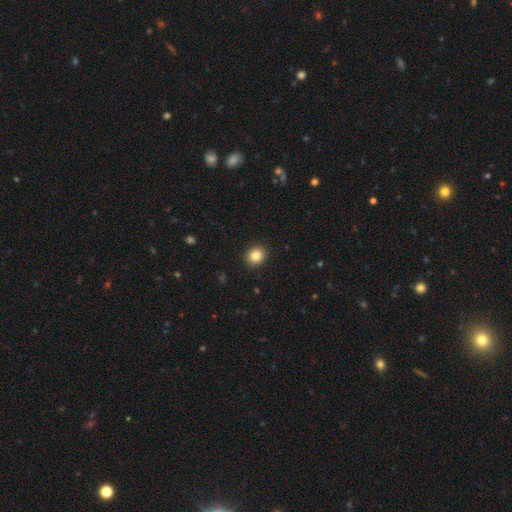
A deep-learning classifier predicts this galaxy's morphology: smooth_or_featured: smooth (p=0.84) [alt: star or artifact p=0.10]
how_rounded: round (p=0.74) [alt: in between p=0.25]
merging: none (p=0.91) [alt: minor disturbance p=0.06]